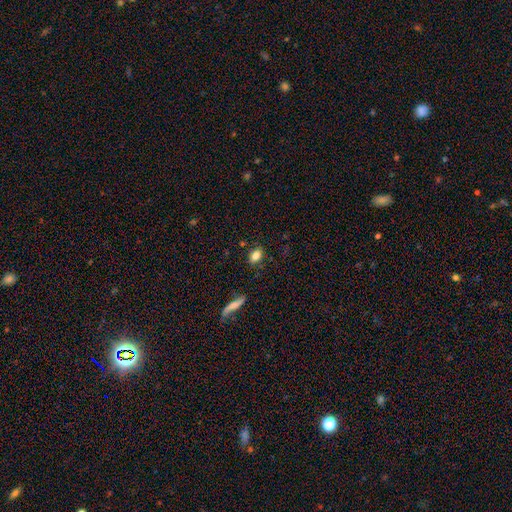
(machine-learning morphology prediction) Smooth or featured: smooth — 83% (featured or disk — 9%)
How rounded: in between — 81% (round — 16%)
Merging: none — 82% (minor disturbance — 12%)